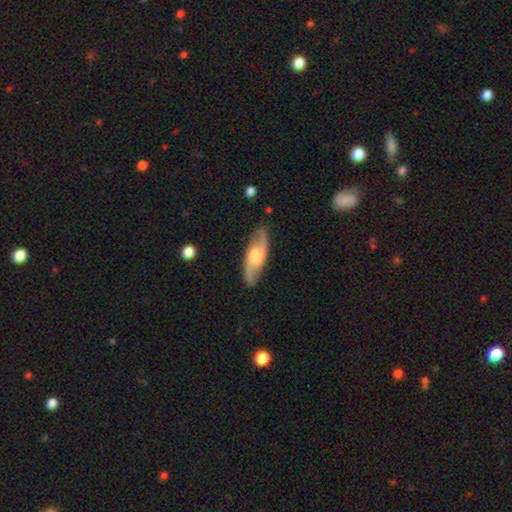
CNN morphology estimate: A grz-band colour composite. It shows a featured or disk galaxy (66%). Merging: none (85%).